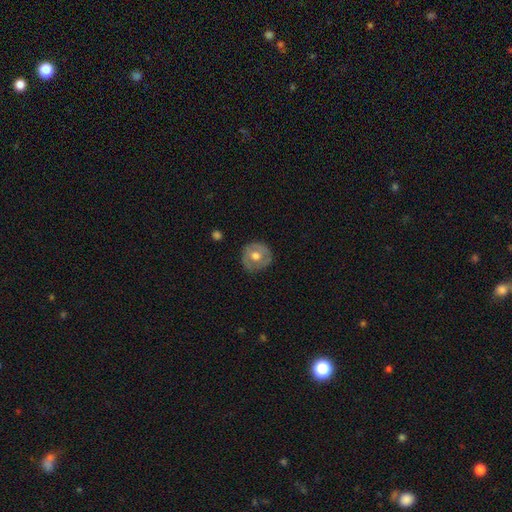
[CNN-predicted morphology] This appears to be a smooth galaxy with no disk features (53%) that is round (92%). Merging: none (83%).